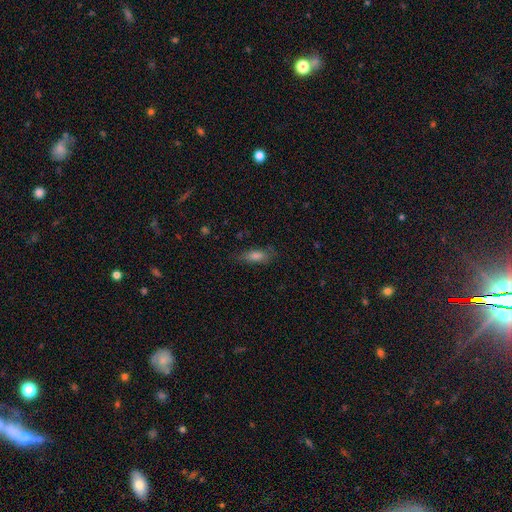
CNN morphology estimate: smooth-or-featured: smooth: 67% | featured or disk: 20% | star or artifact: 13%
  how-rounded: in between: 58% | cigar-shaped: 39% | round: 4%
  merging: none: 72% | minor disturbance: 20% | major disturbance: 6% | merger: 2%